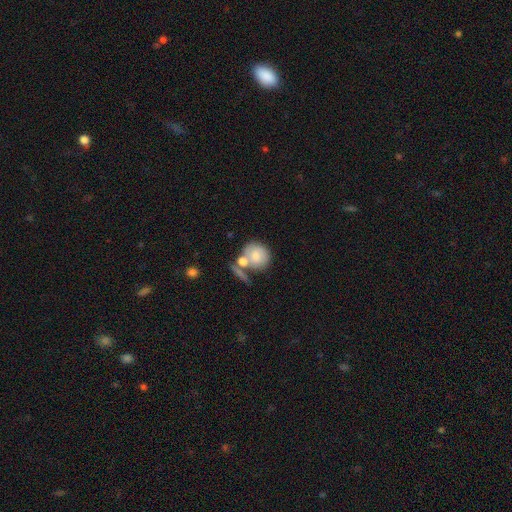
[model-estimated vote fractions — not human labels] The model was most divided on "merging": none: 42%, merger: 36%, minor disturbance: 15%, major disturbance: 8%. More confident: how rounded — round (79%); smooth or featured — smooth (72%).